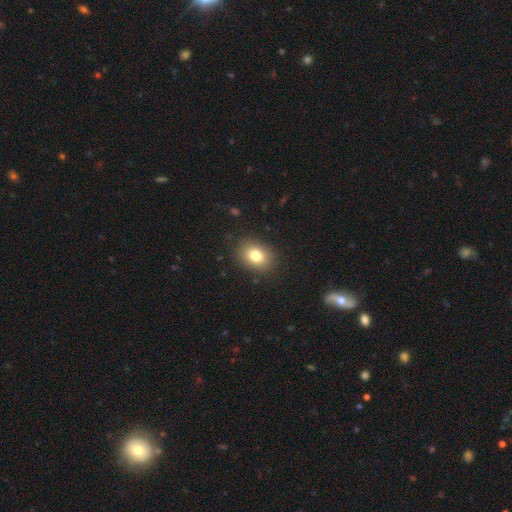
Morphology: type=smooth (84%); roundness=in between (72%); merging=none (81%).